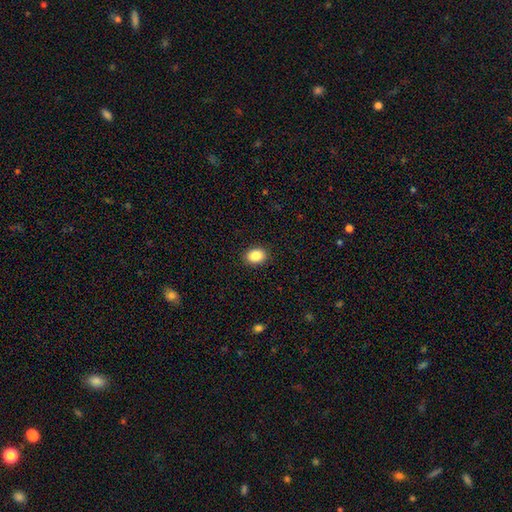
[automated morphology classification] Smooth or featured?
  - smooth: 87% *
  - star or artifact: 9%
  - featured or disk: 4%
How rounded?
  - in between: 67% *
  - round: 32%
  - cigar-shaped: 1%
Merging?
  - none: 90% *
  - minor disturbance: 7%
  - major disturbance: 2%
  - merger: 1%